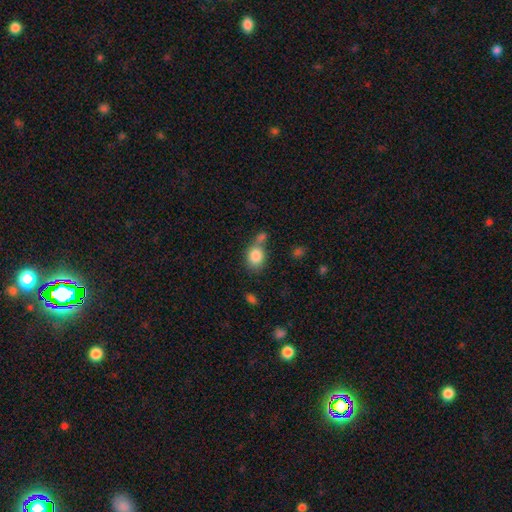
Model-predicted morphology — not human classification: type=smooth (85%); roundness=round (54%); merging=none (48%).